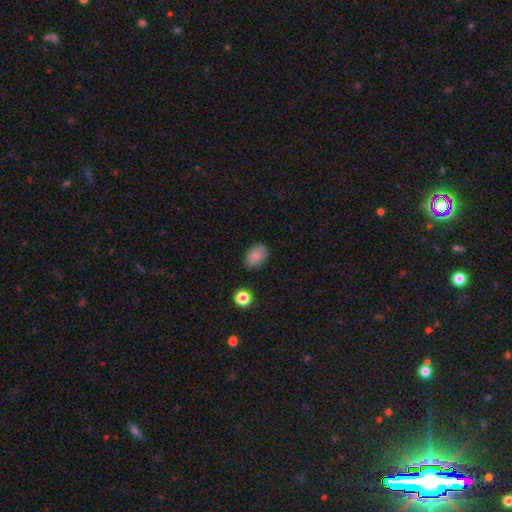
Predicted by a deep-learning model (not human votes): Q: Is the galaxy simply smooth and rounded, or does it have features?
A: smooth — 84%.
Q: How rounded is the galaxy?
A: in between — 80%.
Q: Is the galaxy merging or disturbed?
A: none — 77%.